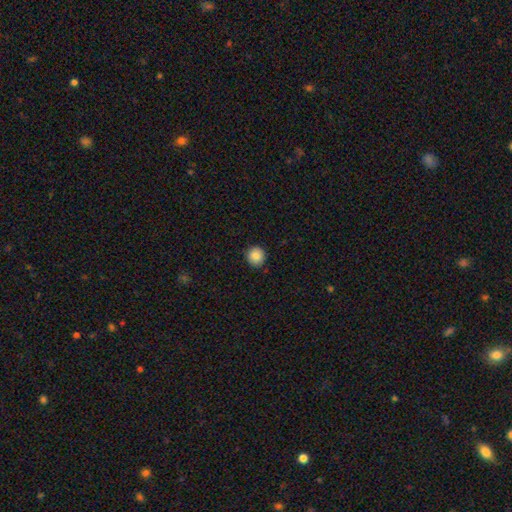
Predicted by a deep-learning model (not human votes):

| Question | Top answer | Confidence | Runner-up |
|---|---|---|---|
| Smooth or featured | smooth | 86% | star or artifact (9%) |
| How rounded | round | 93% | in between (6%) |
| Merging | none | 90% | minor disturbance (7%) |